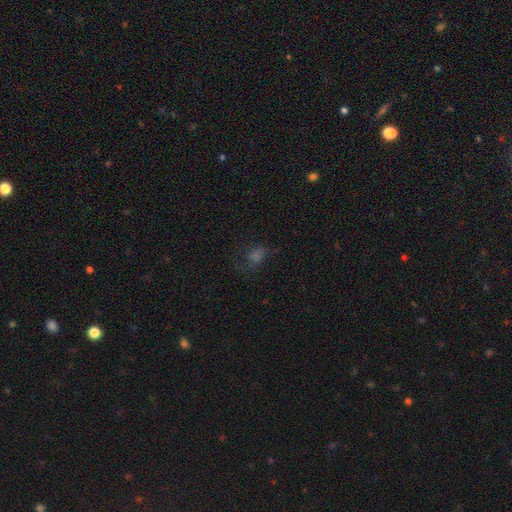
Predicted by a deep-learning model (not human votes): This is possibly a smooth galaxy (49%). Merging: possibly none (55%).